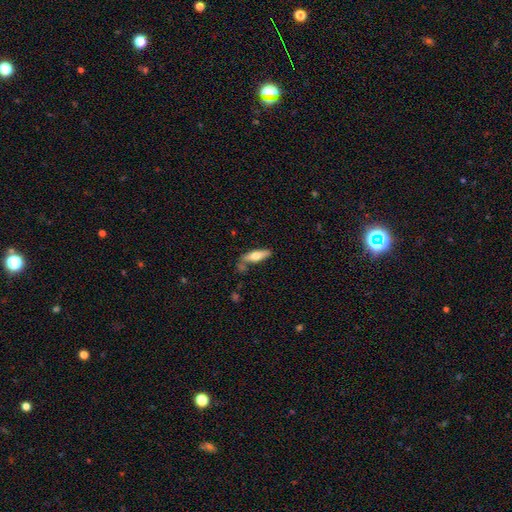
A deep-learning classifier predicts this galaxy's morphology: Smooth or featured: smooth — 57% (featured or disk — 37%)
How rounded: cigar-shaped — 59% (in between — 39%)
Merging: none — 72% (minor disturbance — 16%)